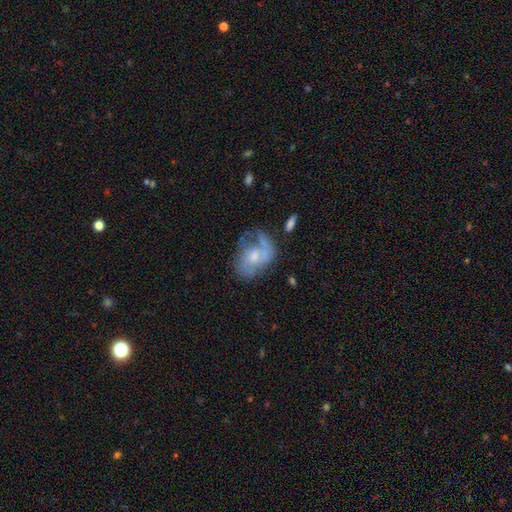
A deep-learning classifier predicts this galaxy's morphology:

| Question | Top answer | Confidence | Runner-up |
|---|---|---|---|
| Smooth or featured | featured or disk | 65% | smooth (27%) |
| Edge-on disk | no | 96% | yes (4%) |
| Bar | no | 71% | weak (25%) |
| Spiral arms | yes | 69% | no (31%) |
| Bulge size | moderate | 50% | small (36%) |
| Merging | none | 41% | major disturbance (27%) |